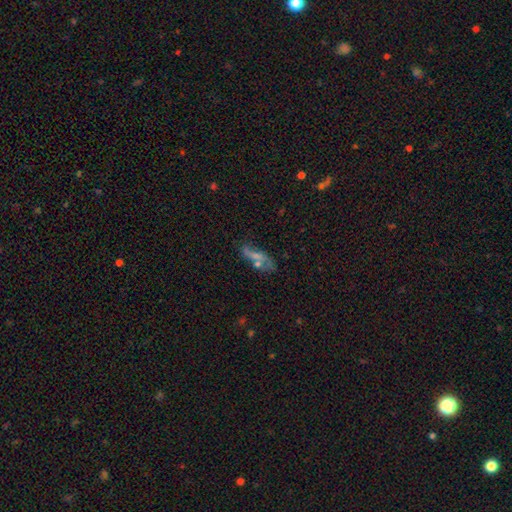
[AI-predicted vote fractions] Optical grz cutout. It shows a featured or disk galaxy (49%). Merging: none (46%).